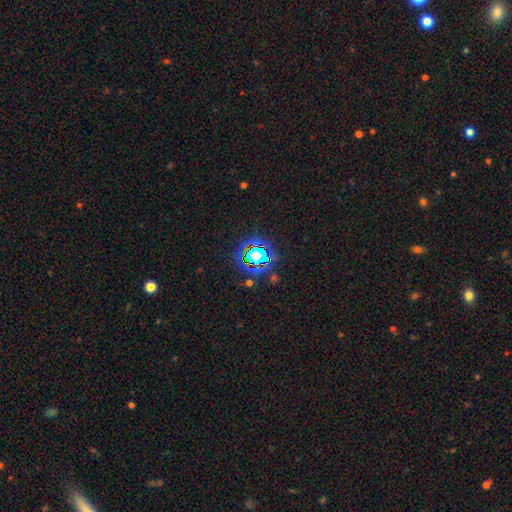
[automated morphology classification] Overall: star or artifact (67%).